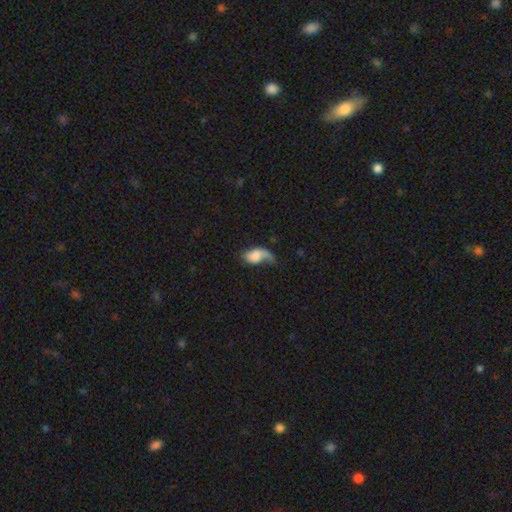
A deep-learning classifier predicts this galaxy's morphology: A smooth galaxy with no disk features (57%) that is in between round and cigar-shaped (87%). Merging: major disturbance (43%).